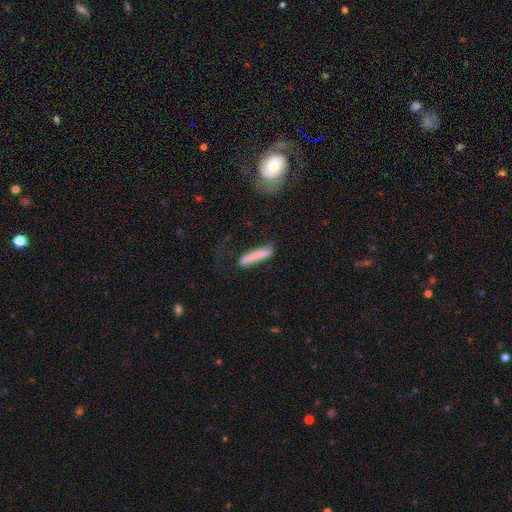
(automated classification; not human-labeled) smooth 76%, featured or disk 18%, star or artifact 6%. Down the decision tree: how rounded — cigar-shaped (90%); merging — none (58%).